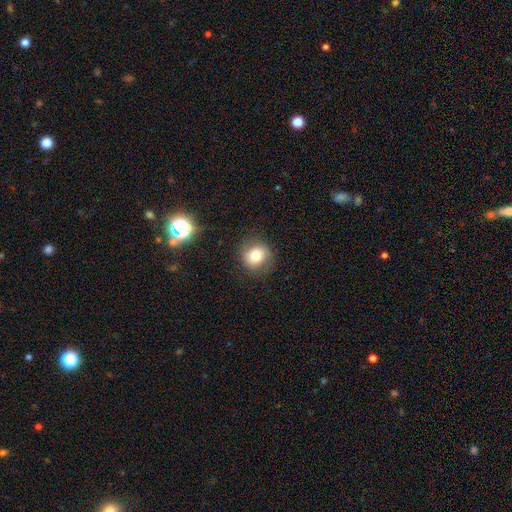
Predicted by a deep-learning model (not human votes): The model was most divided on "smooth or featured": smooth: 74%, featured or disk: 13%, star or artifact: 12%. More confident: how rounded — round (82%); merging — none (82%).